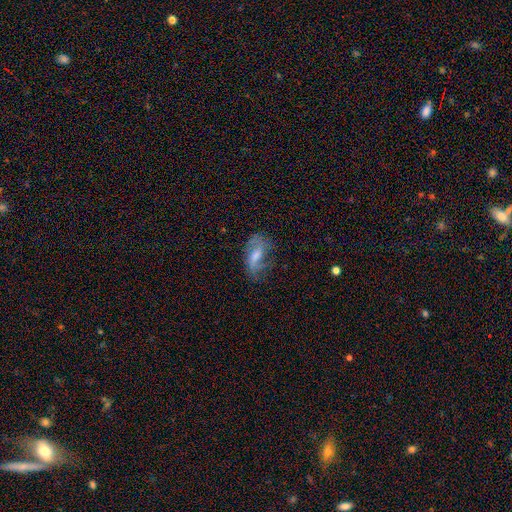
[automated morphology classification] Smooth or featured?
  - featured or disk: 69% *
  - smooth: 23%
  - star or artifact: 8%
Edge-on disk?
  - no: 94% *
  - yes: 6%
Bar?
  - weak: 49% *
  - no: 32%
  - strong: 19%
Spiral arms?
  - yes: 88% *
  - no: 12%
Spiral winding?
  - loose: 52% *
  - medium: 35%
  - tight: 13%
Spiral arm count?
  - 2: 70% *
  - can't tell: 12%
  - 1: 11%
  - 3: 4%
  - 4: 2%
  - more than 4: 2%
Bulge size?
  - moderate: 49% *
  - small: 30%
  - none: 11%
  - large: 9%
  - dominant: 1%
Merging?
  - none: 56% *
  - minor disturbance: 24%
  - major disturbance: 18%
  - merger: 2%